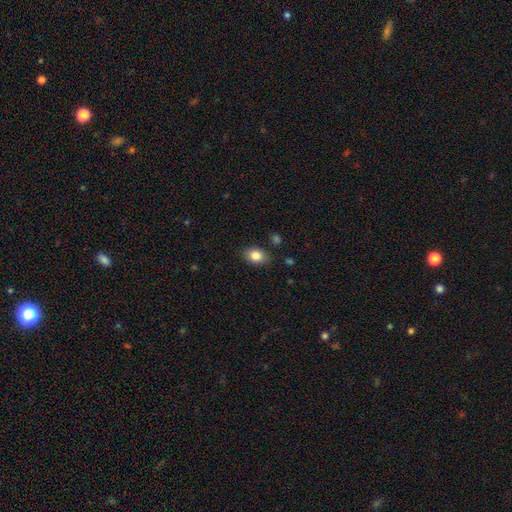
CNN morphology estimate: Overall: smooth (84%). How rounded: in between (76%). Merging: none (83%).